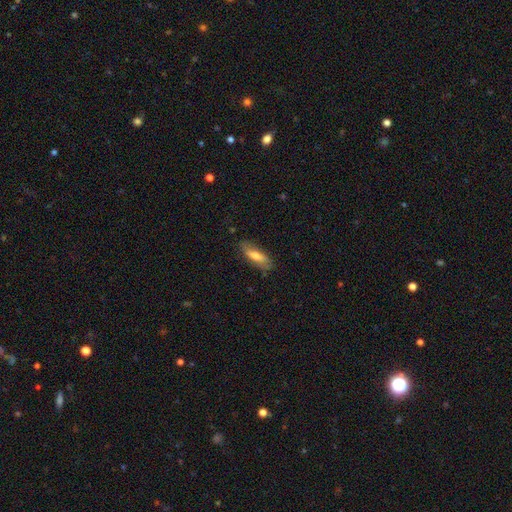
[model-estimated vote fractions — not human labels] Smooth or featured? Predicted: smooth (p=0.65). How rounded? Predicted: in between (p=0.55). Merging? Predicted: none (p=0.75).